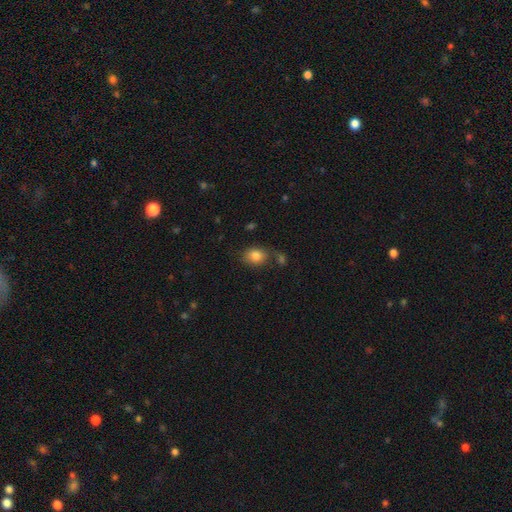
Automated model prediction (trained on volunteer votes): Smooth or featured?
  - smooth: 83% *
  - star or artifact: 9%
  - featured or disk: 8%
How rounded?
  - in between: 56% *
  - round: 43%
  - cigar-shaped: 1%
Merging?
  - none: 65% *
  - minor disturbance: 18%
  - merger: 11%
  - major disturbance: 6%